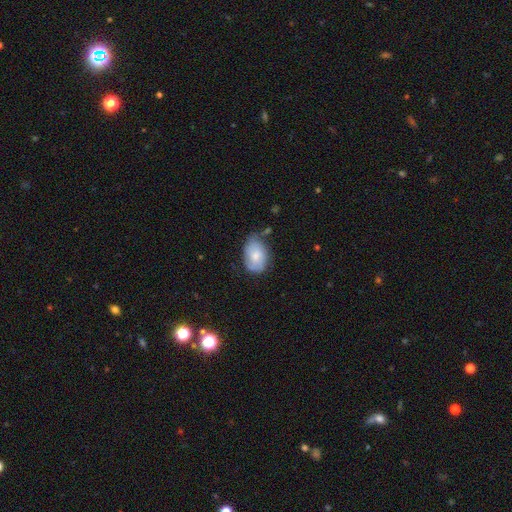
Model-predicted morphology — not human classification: A smooth galaxy with no disk features (65%) that is in between round and cigar-shaped (85%).

Vote fractions:
- Smooth or featured? smooth: 65% / featured or disk: 29% / star or artifact: 7%
- How rounded? in between: 85% / round: 14% / cigar-shaped: 1%
- Merging? none: 53% / minor disturbance: 34% / major disturbance: 9% / merger: 4%